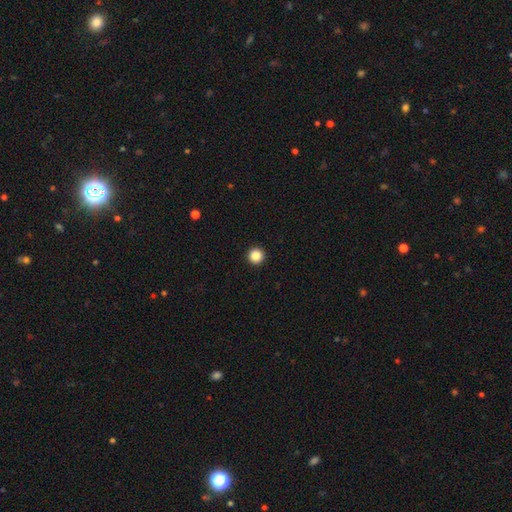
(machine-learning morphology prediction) Q: Smooth or featured?
A: smooth (87%); runner-up: star or artifact (10%)
Q: How rounded?
A: round (97%); runner-up: in between (2%)
Q: Merging?
A: none (94%); runner-up: minor disturbance (3%)